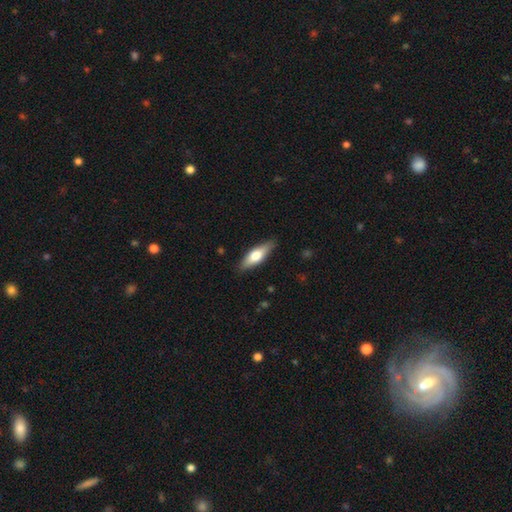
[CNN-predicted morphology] smooth_or_featured: smooth (p=0.59) [alt: featured or disk p=0.35]
how_rounded: in between (p=0.50) [alt: cigar-shaped p=0.47]
merging: none (p=0.87) [alt: minor disturbance p=0.10]